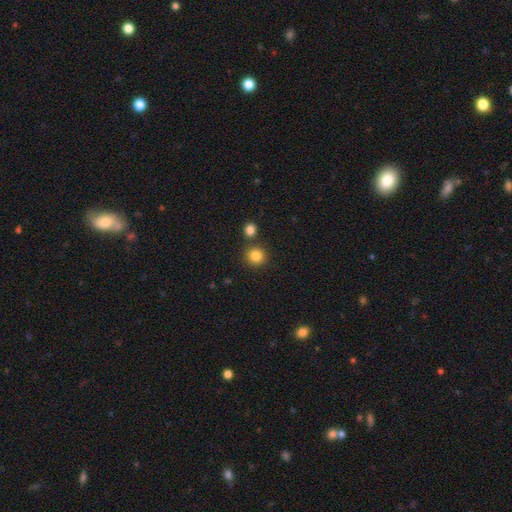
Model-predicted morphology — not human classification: Smooth or featured?
  - smooth: 85% *
  - star or artifact: 11%
  - featured or disk: 5%
How rounded?
  - round: 89% *
  - in between: 10%
  - cigar-shaped: 1%
Merging?
  - none: 80% *
  - merger: 10%
  - minor disturbance: 7%
  - major disturbance: 2%